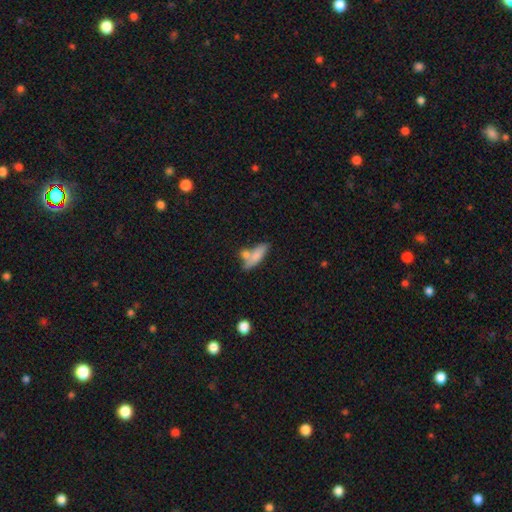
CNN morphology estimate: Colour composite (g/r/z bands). It shows a smooth galaxy with no disk features (75%) that is in between round and cigar-shaped (59%). Merging: none (44%).